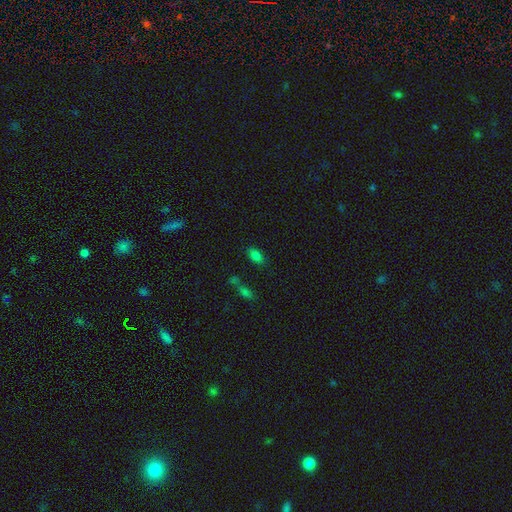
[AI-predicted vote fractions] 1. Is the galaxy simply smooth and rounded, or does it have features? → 79% smooth, 14% star or artifact, 8% featured or disk.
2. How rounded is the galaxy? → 89% in between, 6% round, 4% cigar-shaped.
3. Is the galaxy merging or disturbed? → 76% none, 12% minor disturbance, 8% merger, 4% major disturbance.